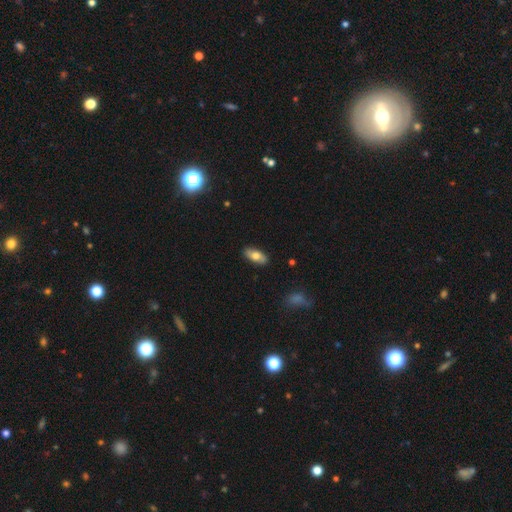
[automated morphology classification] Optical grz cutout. It shows a smooth galaxy with no disk features (70%) that is in between round and cigar-shaped (85%). Merging: none (87%).